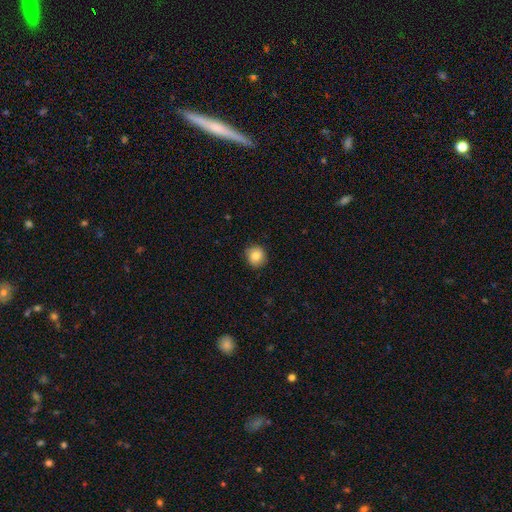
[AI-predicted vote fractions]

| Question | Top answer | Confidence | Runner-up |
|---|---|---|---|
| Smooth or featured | smooth | 83% | star or artifact (9%) |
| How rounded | round | 87% | in between (12%) |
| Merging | none | 87% | minor disturbance (10%) |